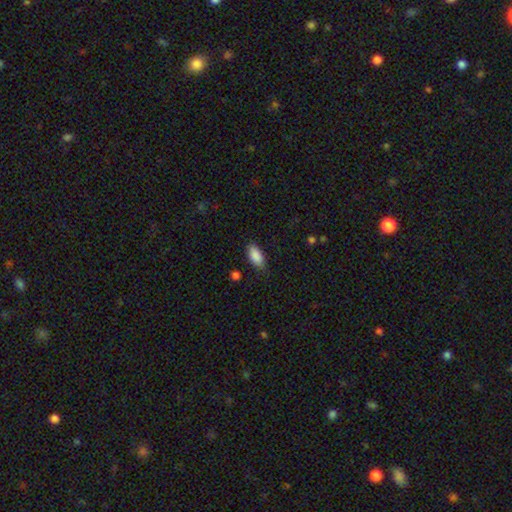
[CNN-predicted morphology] A smooth galaxy with no disk features (89%) that is in between round and cigar-shaped (89%).

Vote fractions:
- Smooth or featured? smooth: 89% / star or artifact: 7% / featured or disk: 5%
- How rounded? in between: 89% / cigar-shaped: 8% / round: 3%
- Merging? none: 79% / minor disturbance: 16% / major disturbance: 3% / merger: 1%